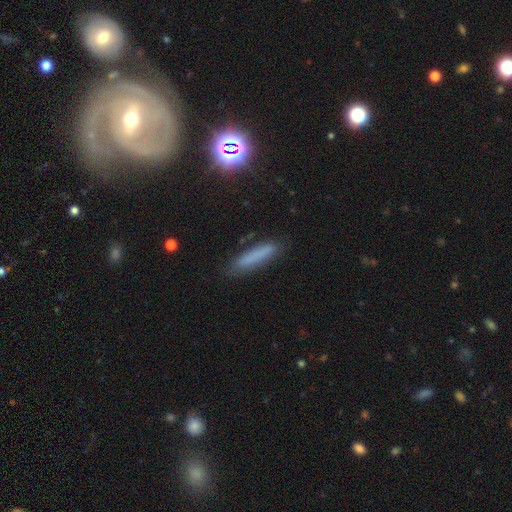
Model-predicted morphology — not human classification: A smooth galaxy with no disk features (71%) that is cigar-shaped (86%).

Vote fractions:
- Smooth or featured? smooth: 71% / featured or disk: 15% / star or artifact: 13%
- How rounded? cigar-shaped: 86% / in between: 12% / round: 2%
- Merging? none: 82% / minor disturbance: 13% / major disturbance: 3% / merger: 2%